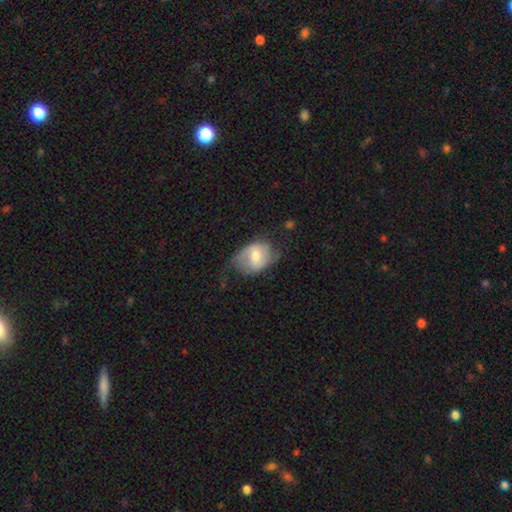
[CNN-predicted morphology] featured or disk 50%, smooth 43%, star or artifact 6%. Down the decision tree: edge-on disk — no (95%); merging — none (52%).